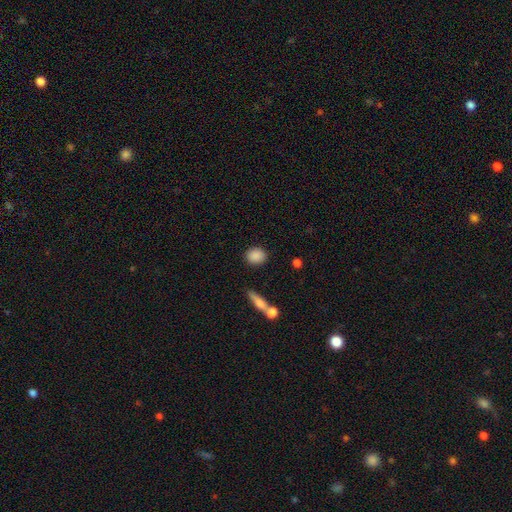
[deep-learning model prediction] This appears to be a smooth galaxy with no disk features (88%) that is round (67%). Merging: none (86%).